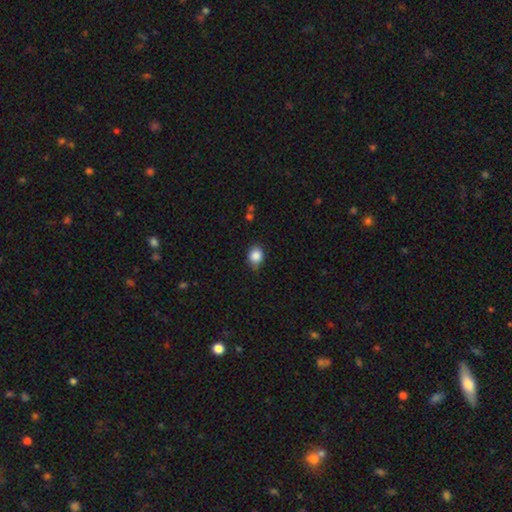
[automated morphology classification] smooth_or_featured: smooth (p=0.87) [alt: star or artifact p=0.09]
how_rounded: round (p=0.59) [alt: in between p=0.40]
merging: none (p=0.75) [alt: minor disturbance p=0.20]